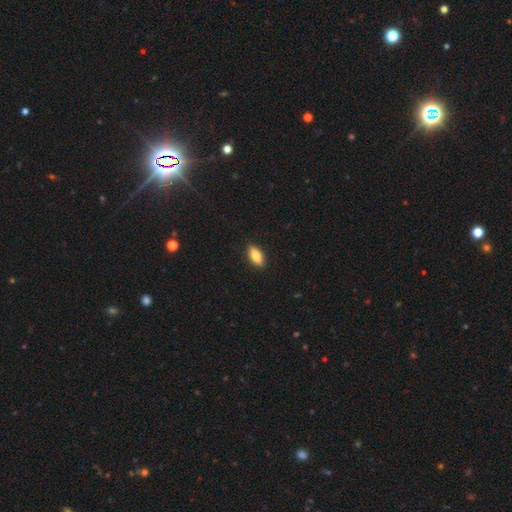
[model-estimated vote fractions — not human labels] A smooth galaxy with no disk features (79%) that is in between round and cigar-shaped (86%).

Vote fractions:
- Smooth or featured? smooth: 79% / featured or disk: 14% / star or artifact: 7%
- How rounded? in between: 86% / cigar-shaped: 11% / round: 3%
- Merging? none: 89% / minor disturbance: 8% / major disturbance: 2% / merger: 1%